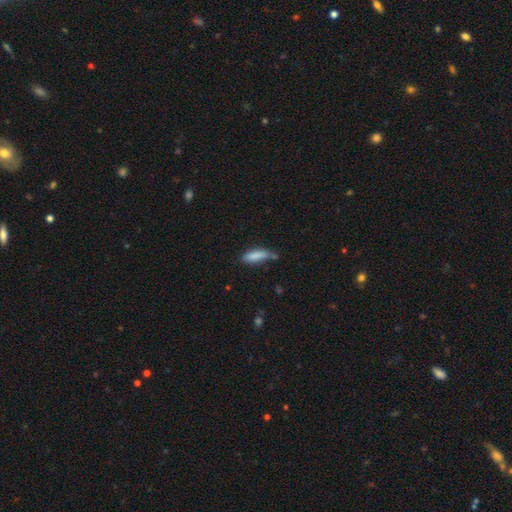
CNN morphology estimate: Smooth or featured?
  - smooth: 84% *
  - featured or disk: 9%
  - star or artifact: 7%
How rounded?
  - cigar-shaped: 58% *
  - in between: 40%
  - round: 2%
Merging?
  - none: 51% *
  - minor disturbance: 33%
  - major disturbance: 8%
  - merger: 8%